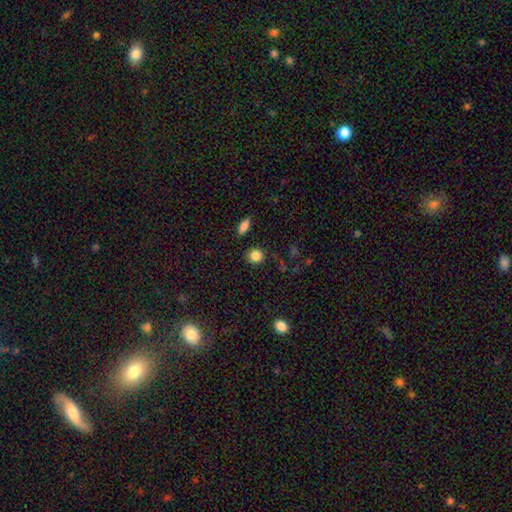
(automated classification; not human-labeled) smooth_or_featured: smooth (p=0.85) [alt: star or artifact p=0.10]
how_rounded: round (p=0.88) [alt: in between p=0.11]
merging: none (p=0.89) [alt: minor disturbance p=0.07]